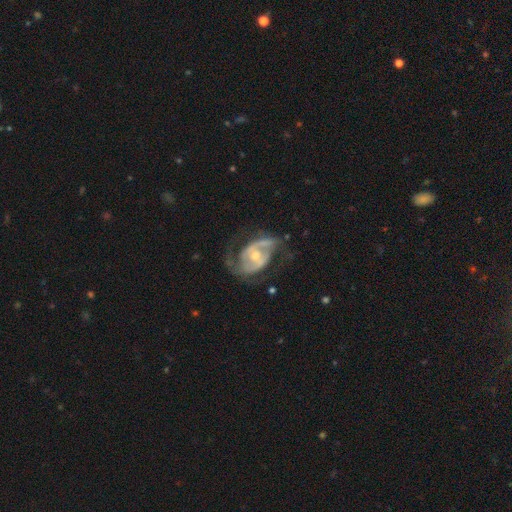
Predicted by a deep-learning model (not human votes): The model was most divided on "bulge size": moderate: 52%, small: 43%, large: 3%, none: 2%, dominant: 1%. Remaining: edge-on disk — no (97%); spiral arms — yes (90%); smooth or featured — featured or disk (86%); spiral arm count — 2 (76%); merging — none (55%); bar — no (50%); spiral winding — medium (48%).